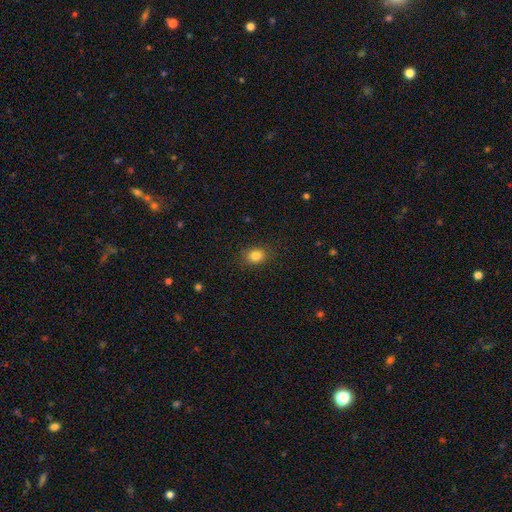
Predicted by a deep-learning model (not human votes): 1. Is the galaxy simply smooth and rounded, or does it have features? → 83% smooth, 10% star or artifact, 6% featured or disk.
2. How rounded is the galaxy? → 56% in between, 42% round, 1% cigar-shaped.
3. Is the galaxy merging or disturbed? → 86% none, 11% minor disturbance, 3% major disturbance, 1% merger.